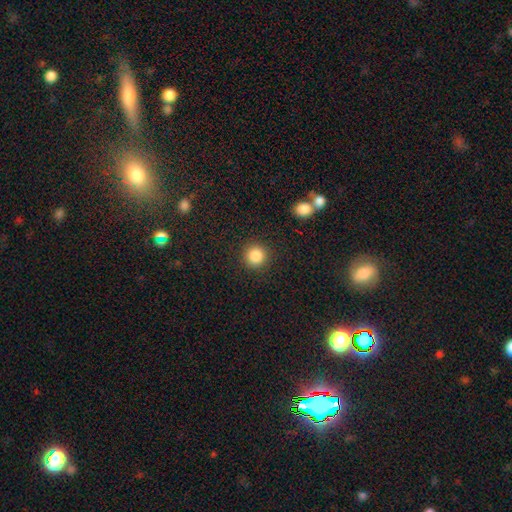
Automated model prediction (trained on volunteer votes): A smooth galaxy with no disk features (85%) that is round (94%). Merging: none (91%).